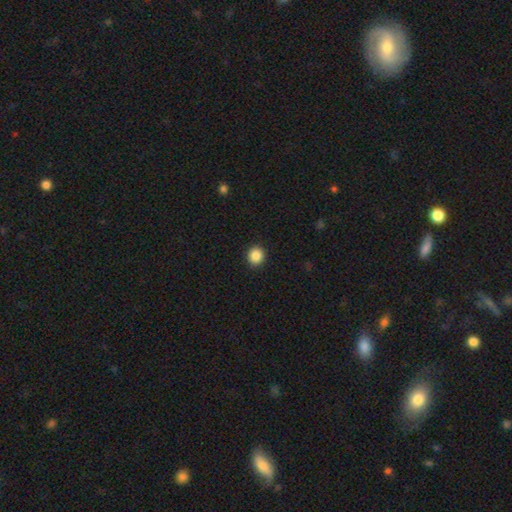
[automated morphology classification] Smooth or featured? smooth (87%)
How rounded? round (90%)
Merging? none (92%)